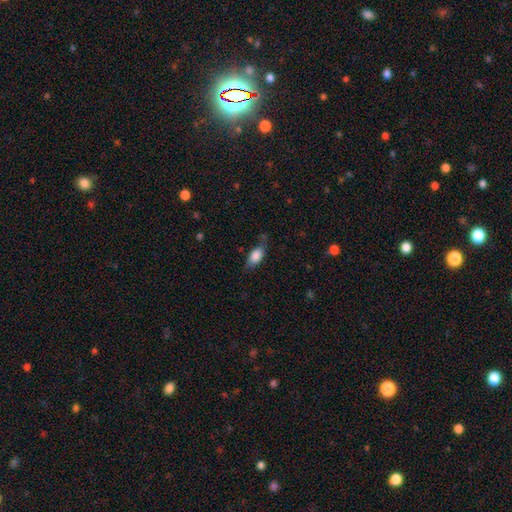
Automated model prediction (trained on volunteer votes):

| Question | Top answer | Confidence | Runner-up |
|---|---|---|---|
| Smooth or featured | smooth | 82% | featured or disk (10%) |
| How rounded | in between | 88% | cigar-shaped (8%) |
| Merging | none | 64% | minor disturbance (26%) |